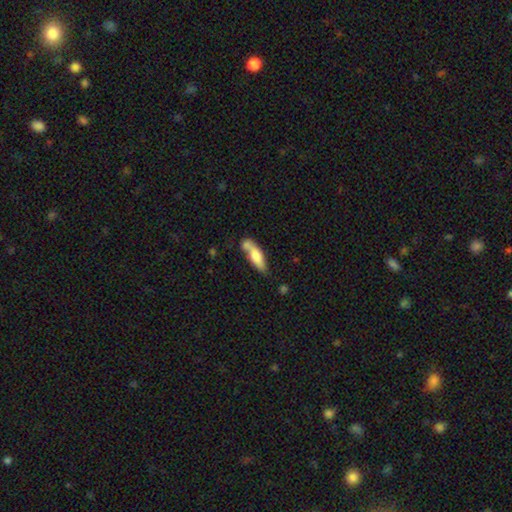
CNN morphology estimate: Smooth or featured?
  - smooth: 70% *
  - featured or disk: 23%
  - star or artifact: 6%
How rounded?
  - in between: 52% *
  - cigar-shaped: 46%
  - round: 3%
Merging?
  - none: 44% *
  - merger: 29%
  - minor disturbance: 19%
  - major disturbance: 8%